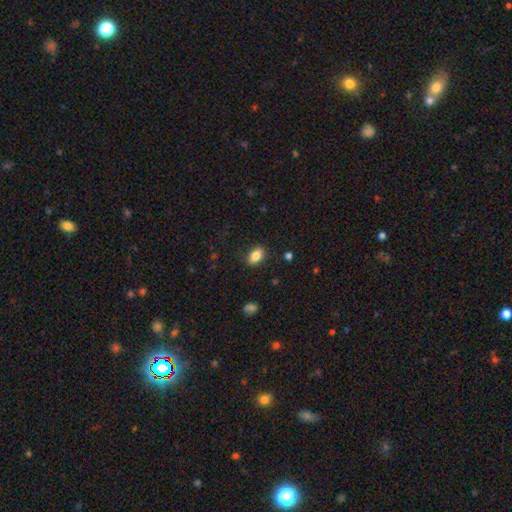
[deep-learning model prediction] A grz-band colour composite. It shows a smooth galaxy with no disk features (83%) that is in between round and cigar-shaped (87%). Merging: none (86%).